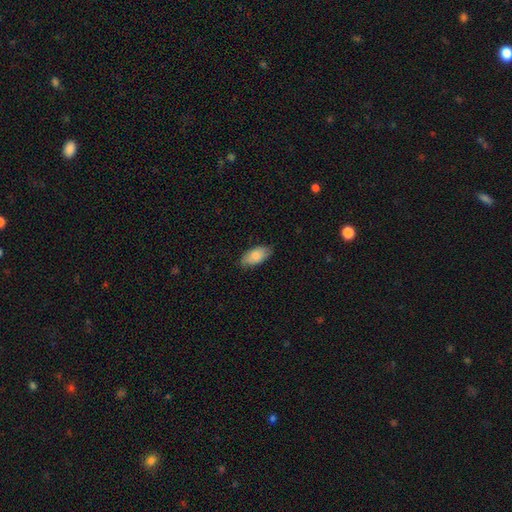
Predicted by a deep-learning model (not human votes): The model was most divided on "merging": none: 82%, minor disturbance: 15%, major disturbance: 2%, merger: 1%. More confident: how rounded — in between (93%); smooth or featured — smooth (82%).